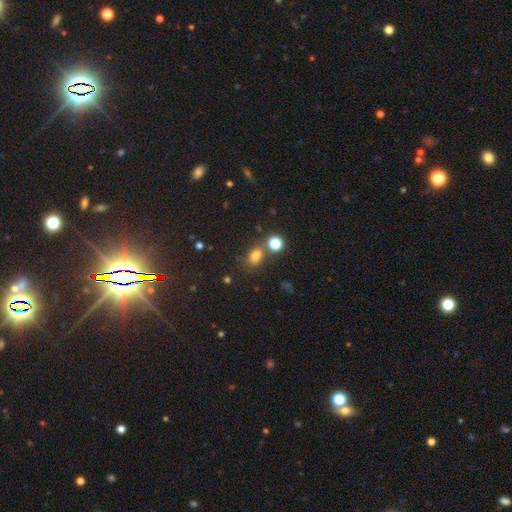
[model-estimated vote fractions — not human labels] smooth_or_featured: smooth (p=0.74) [alt: star or artifact p=0.18]
how_rounded: in between (p=0.61) [alt: round p=0.37]
merging: none (p=0.66) [alt: merger p=0.17]